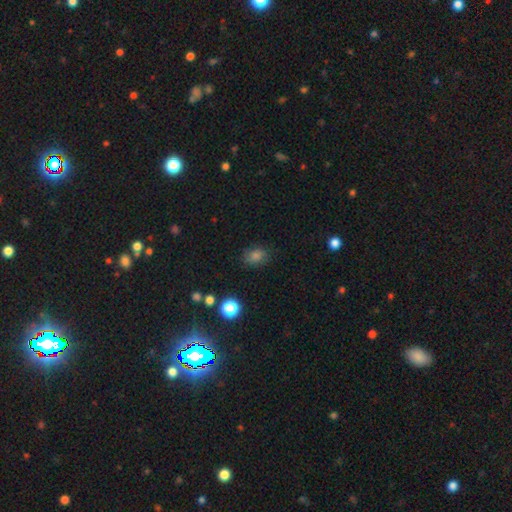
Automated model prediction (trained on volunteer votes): The model was most divided on "how rounded": in between: 61%, round: 38%, cigar-shaped: 1%. More confident: merging — none (81%); smooth or featured — smooth (75%).